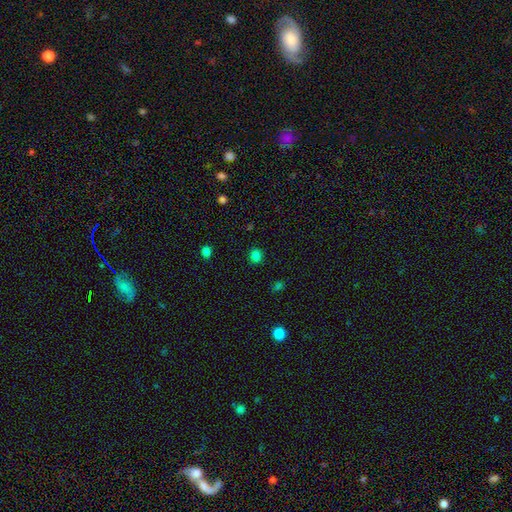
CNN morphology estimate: Smooth or featured? Predicted: smooth (p=0.81). How rounded? Predicted: round (p=0.72). Merging? Predicted: none (p=0.88).